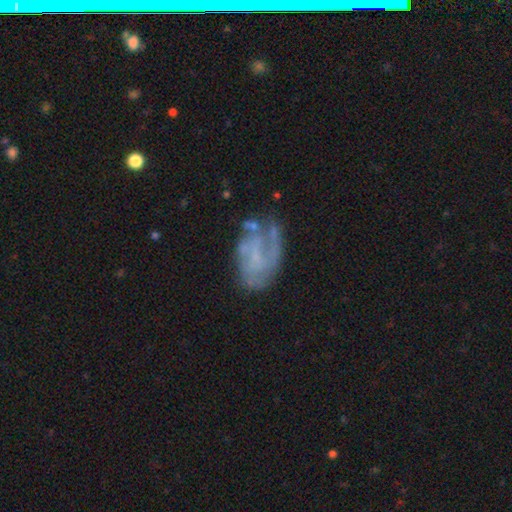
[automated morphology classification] featured or disk 69%, smooth 21%, star or artifact 10%. Down the decision tree: edge-on disk — no (97%); bar — no (66%); spiral arms — yes (66%); bulge size — none (59%); merging — none (44%).